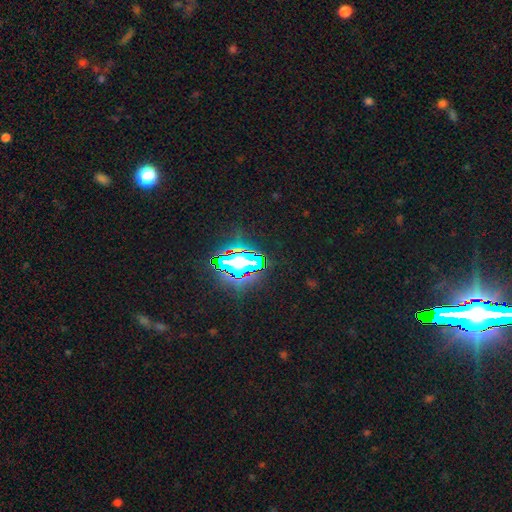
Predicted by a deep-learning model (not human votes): Smooth or featured?
  - star or artifact: 81% *
  - smooth: 11%
  - featured or disk: 8%